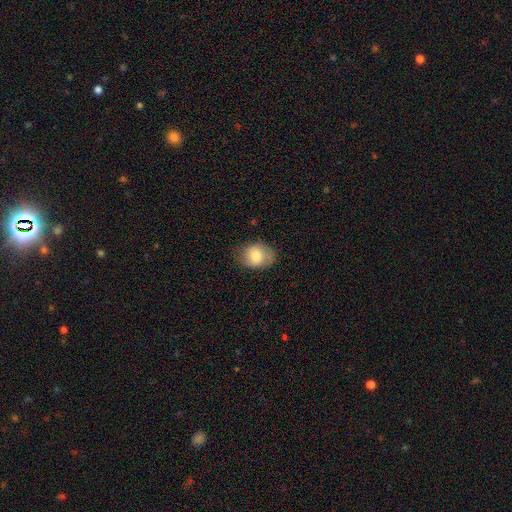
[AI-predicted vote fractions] smooth_or_featured: smooth (p=0.74) [alt: featured or disk p=0.19]
how_rounded: in between (p=0.65) [alt: round p=0.34]
merging: none (p=0.71) [alt: minor disturbance p=0.22]